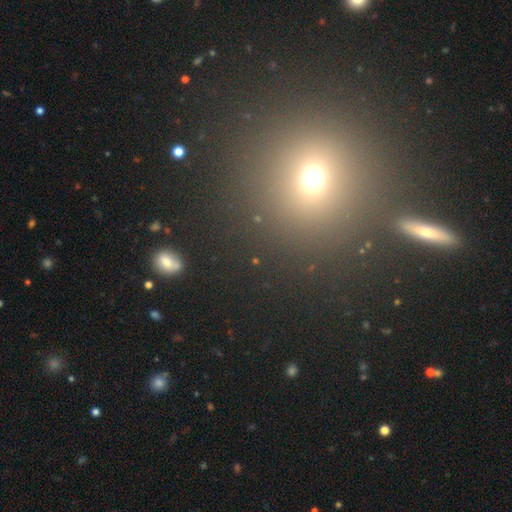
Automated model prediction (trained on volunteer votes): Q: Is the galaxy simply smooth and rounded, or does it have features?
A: smooth — 47%.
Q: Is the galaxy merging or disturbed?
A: none — 86%.